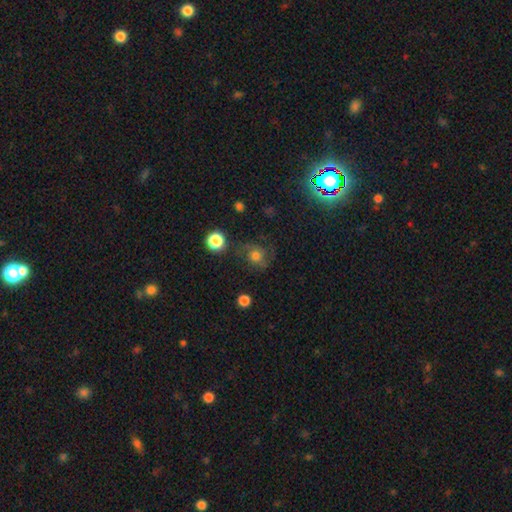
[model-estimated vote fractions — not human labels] smooth_or_featured: smooth (p=0.55) [alt: featured or disk p=0.29]
how_rounded: round (p=0.78) [alt: in between p=0.20]
merging: none (p=0.62) [alt: minor disturbance p=0.21]